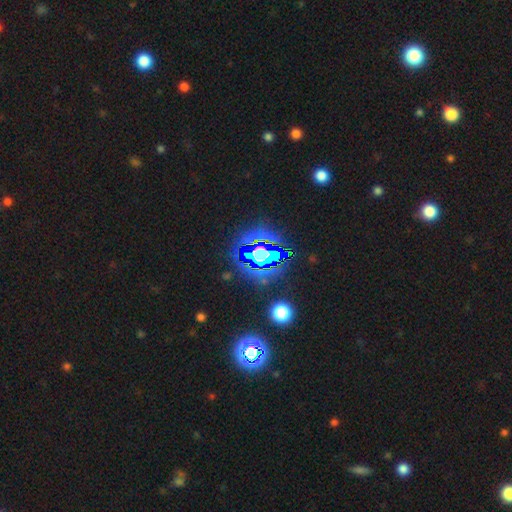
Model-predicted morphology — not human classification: Smooth or featured?
  - star or artifact: 79% *
  - smooth: 12%
  - featured or disk: 9%